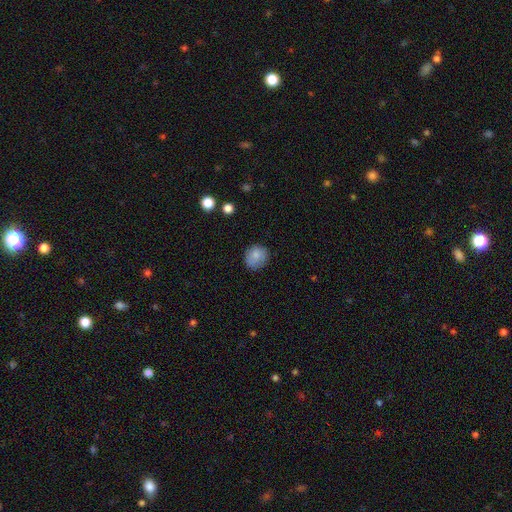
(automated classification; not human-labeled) Smooth or featured: smooth — 81% (featured or disk — 10%)
How rounded: round — 85% (in between — 14%)
Merging: none — 78% (minor disturbance — 17%)